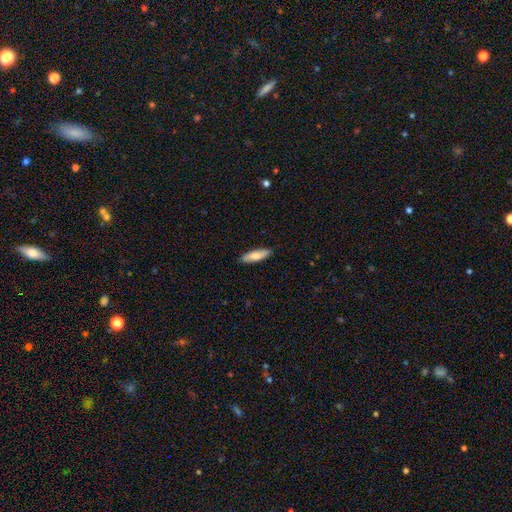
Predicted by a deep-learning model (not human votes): Overall: smooth (77%). How rounded: cigar-shaped (57%; in between 41%). Merging: none (89%).